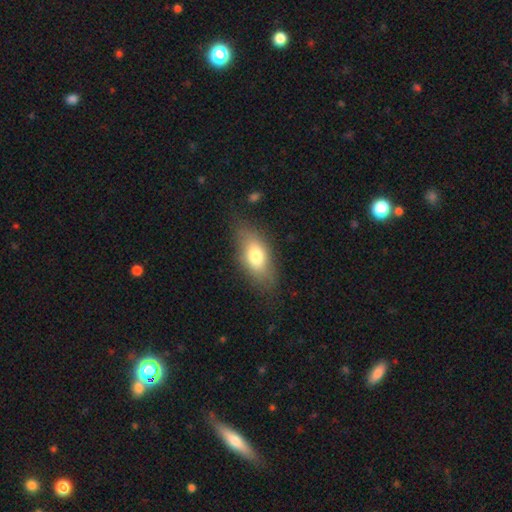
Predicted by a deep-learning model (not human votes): This appears to be a smooth galaxy with no disk features (73%) that is in between round and cigar-shaped (84%). Merging: none (75%).